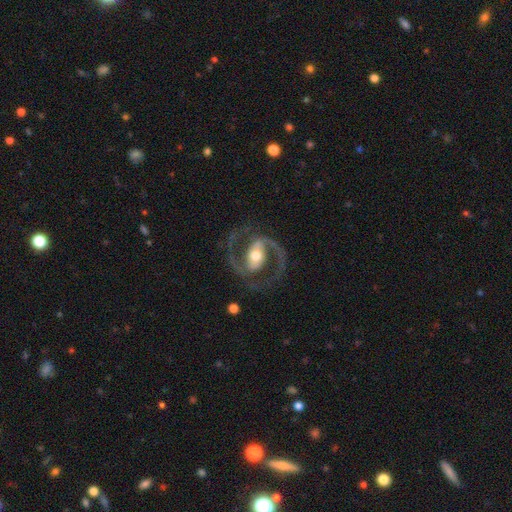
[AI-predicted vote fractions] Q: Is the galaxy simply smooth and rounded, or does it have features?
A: featured or disk — 92%.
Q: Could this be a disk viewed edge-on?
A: no — 98%.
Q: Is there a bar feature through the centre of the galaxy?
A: strong — 47%.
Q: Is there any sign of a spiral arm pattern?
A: yes — 97%.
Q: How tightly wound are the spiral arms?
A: medium — 66%.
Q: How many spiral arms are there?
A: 2 — 94%.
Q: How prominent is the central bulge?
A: moderate — 68%.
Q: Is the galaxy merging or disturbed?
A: none — 81%.